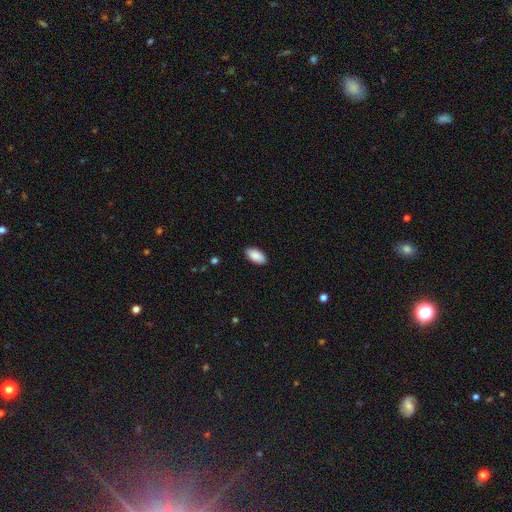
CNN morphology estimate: A smooth galaxy with no disk features (90%) that is in between round and cigar-shaped (95%).

Vote fractions:
- Smooth or featured? smooth: 90% / star or artifact: 6% / featured or disk: 4%
- How rounded? in between: 95% / cigar-shaped: 3% / round: 2%
- Merging? none: 89% / minor disturbance: 8% / major disturbance: 2% / merger: 1%